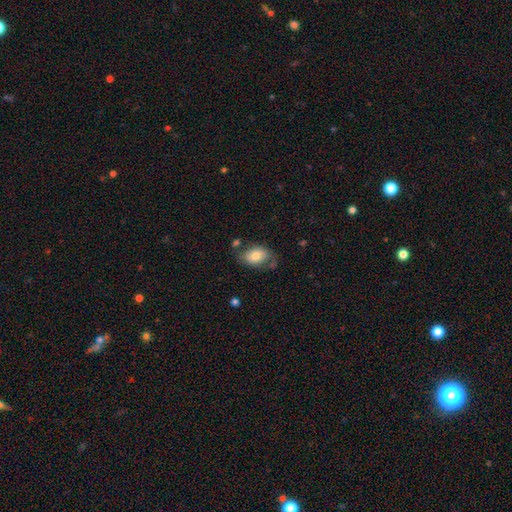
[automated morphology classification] smooth 69%, featured or disk 23%, star or artifact 7%. Down the decision tree: how rounded — in between (83%); merging — none (54%).